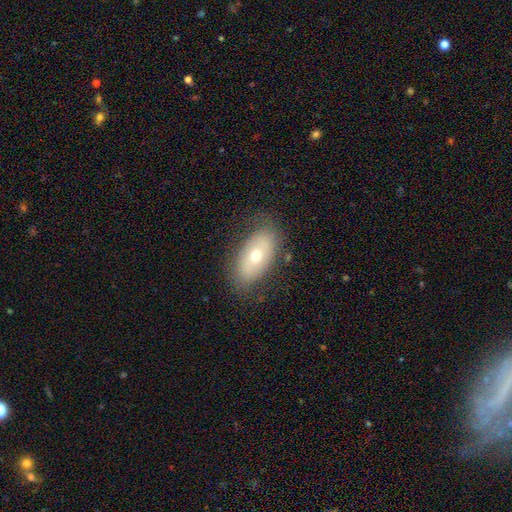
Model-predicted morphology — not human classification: Smooth or featured? smooth (58%)
How rounded? in between (91%)
Merging? none (77%)